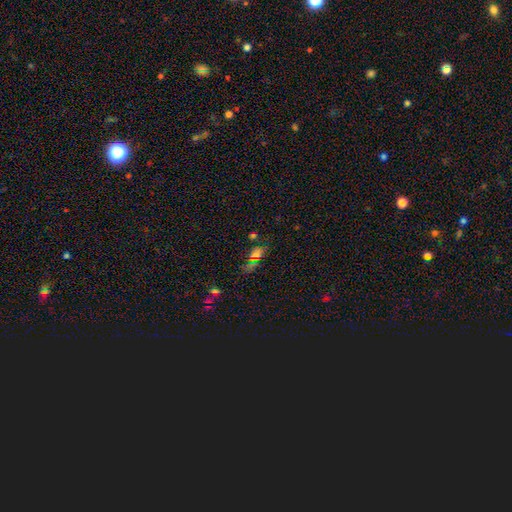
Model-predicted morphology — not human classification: smooth-or-featured: smooth: 53% | star or artifact: 33% | featured or disk: 13%
  how-rounded: in between: 76% | cigar-shaped: 12% | round: 12%
  merging: none: 65% | minor disturbance: 18% | major disturbance: 9% | merger: 8%